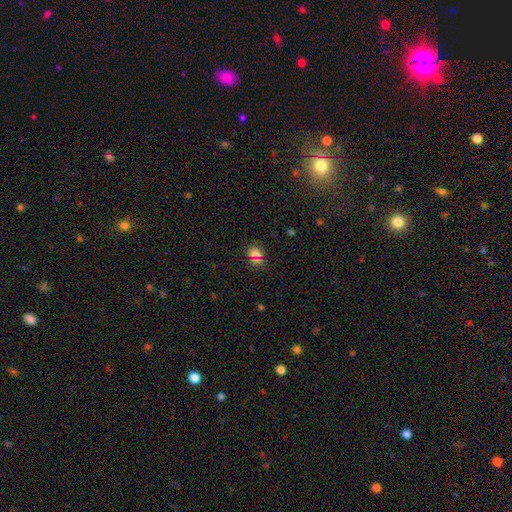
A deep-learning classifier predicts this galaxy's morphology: Smooth or featured? Predicted: smooth (p=0.65). How rounded? Predicted: round (p=0.69). Merging? Predicted: none (p=0.85).